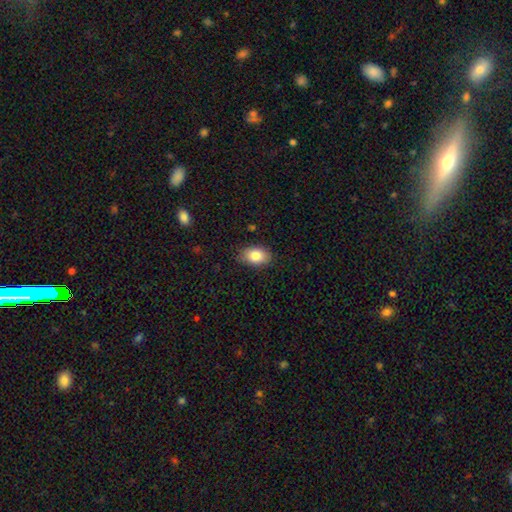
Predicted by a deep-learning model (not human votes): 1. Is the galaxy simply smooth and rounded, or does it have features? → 83% smooth, 9% featured or disk, 8% star or artifact.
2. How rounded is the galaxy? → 87% in between, 12% round, 1% cigar-shaped.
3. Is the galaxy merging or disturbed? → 83% none, 13% minor disturbance, 3% major disturbance, 1% merger.